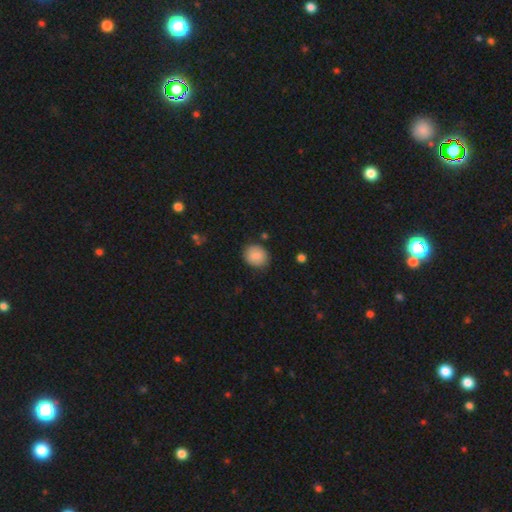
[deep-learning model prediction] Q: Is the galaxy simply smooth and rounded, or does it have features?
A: smooth — 85%.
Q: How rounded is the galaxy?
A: round — 64%.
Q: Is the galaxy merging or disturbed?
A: none — 84%.